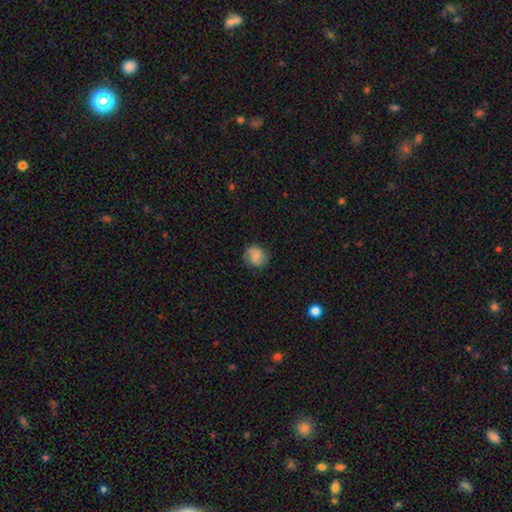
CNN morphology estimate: This appears to be a smooth galaxy with no disk features (70%) that is round (77%). Merging: none (78%).